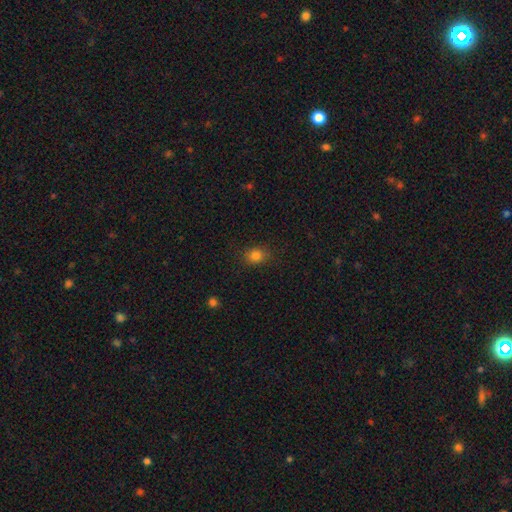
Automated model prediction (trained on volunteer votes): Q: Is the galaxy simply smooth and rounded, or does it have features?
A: smooth — 82%.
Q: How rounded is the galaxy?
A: round — 61%.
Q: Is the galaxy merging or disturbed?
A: none — 84%.